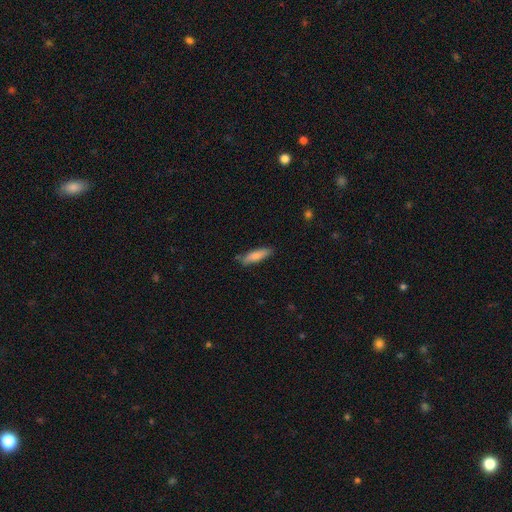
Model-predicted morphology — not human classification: Overall: smooth (80%). How rounded: cigar-shaped (67%; in between 31%). Merging: none (79%).